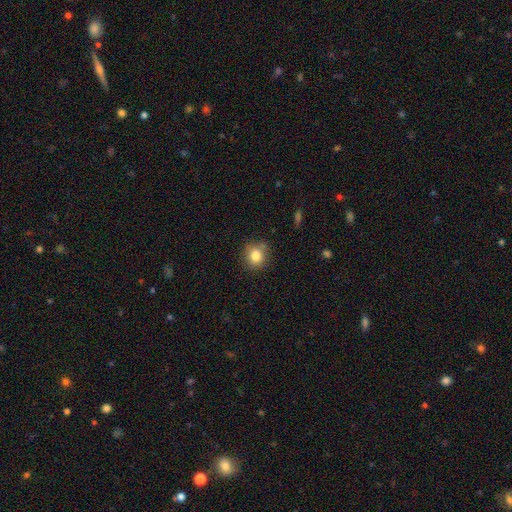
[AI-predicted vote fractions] Q: Smooth or featured?
A: smooth (82%); runner-up: star or artifact (11%)
Q: How rounded?
A: round (85%); runner-up: in between (14%)
Q: Merging?
A: none (83%); runner-up: minor disturbance (12%)